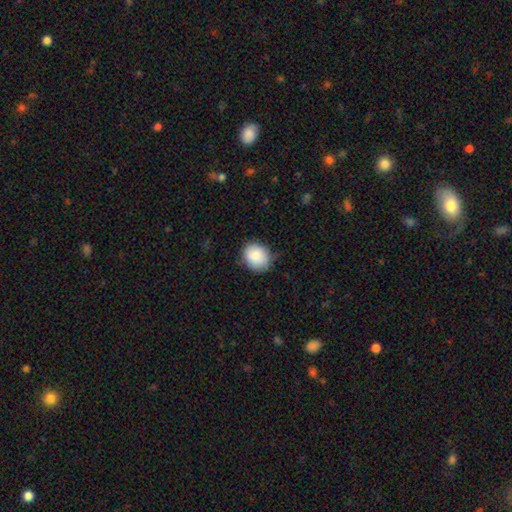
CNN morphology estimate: type=smooth (86%); roundness=round (62%); merging=none (76%).